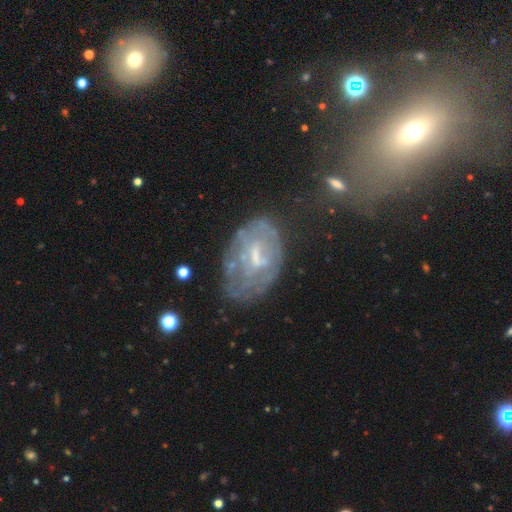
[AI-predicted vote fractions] The model was most divided on "bulge size": small: 37%, moderate: 36%, none: 23%, large: 3%, dominant: 1%. Remaining: edge-on disk — no (95%); smooth or featured — featured or disk (64%); spiral arms — no (59%); merging — none (51%); bar — weak (47%).